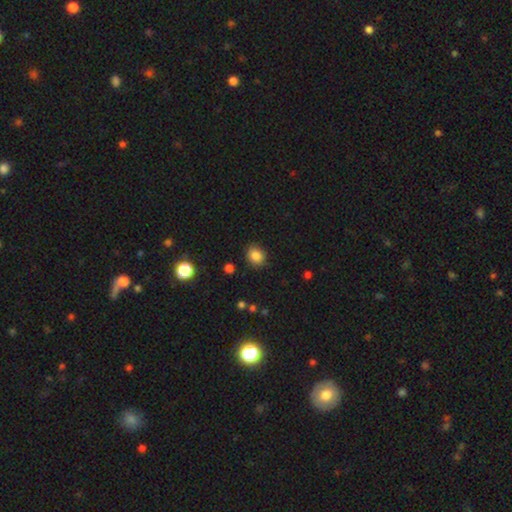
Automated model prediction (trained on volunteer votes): Smooth or featured: smooth — 84% (star or artifact — 11%)
How rounded: round — 62% (in between — 37%)
Merging: none — 85% (minor disturbance — 10%)